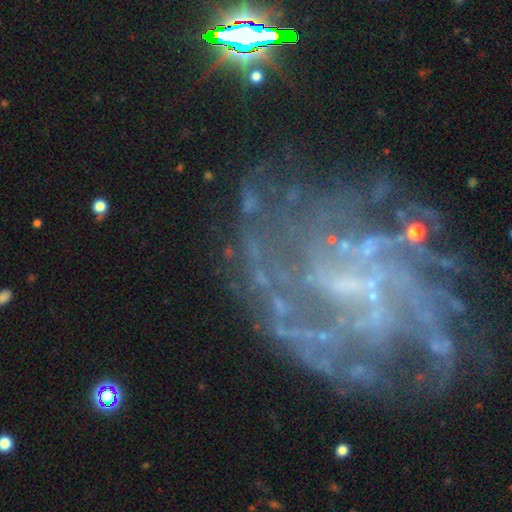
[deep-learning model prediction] This appears to be a featured or disk galaxy (71%) with no bar (47%), tight (37%, tied with medium) spiral arms (75%) and no central bulge (43%). Merging: none (55%).